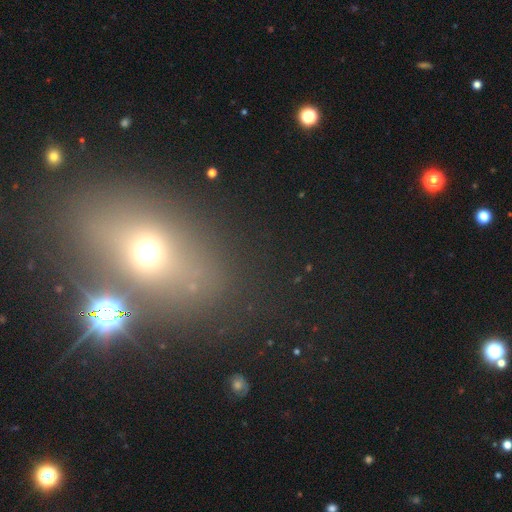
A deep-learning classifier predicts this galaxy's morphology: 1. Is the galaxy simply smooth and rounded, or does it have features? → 48% smooth, 32% star or artifact, 20% featured or disk.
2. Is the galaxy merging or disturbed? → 75% none, 11% minor disturbance, 8% merger, 6% major disturbance.